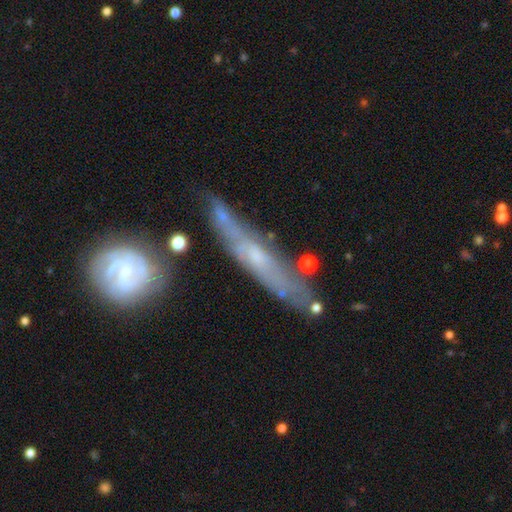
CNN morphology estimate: smooth_or_featured: featured or disk (p=0.67) [alt: smooth p=0.25]
disk_edge_on: yes (p=0.63) [alt: no p=0.37]
merging: none (p=0.64) [alt: minor disturbance p=0.20]